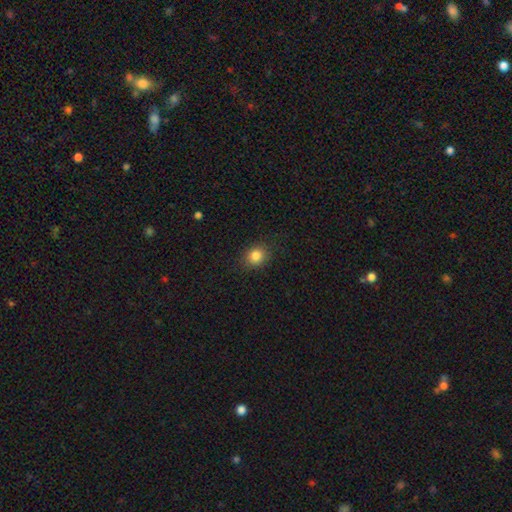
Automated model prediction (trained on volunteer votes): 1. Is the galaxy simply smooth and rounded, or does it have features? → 85% smooth, 11% star or artifact, 5% featured or disk.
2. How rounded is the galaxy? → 69% round, 30% in between, 1% cigar-shaped.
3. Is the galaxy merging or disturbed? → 87% none, 10% minor disturbance, 3% major disturbance, 1% merger.